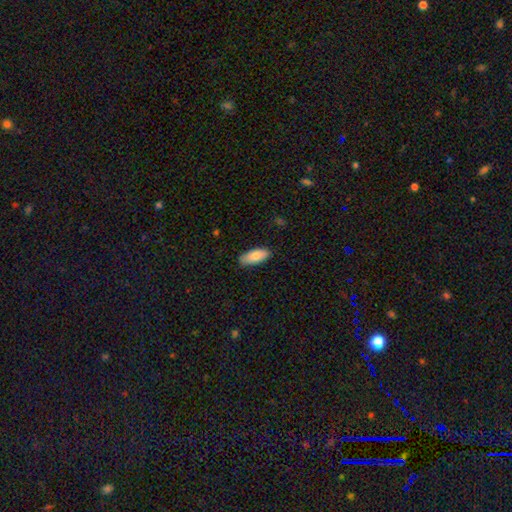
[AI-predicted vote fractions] Smooth or featured? smooth (83%)
How rounded? in between (84%)
Merging? none (84%)